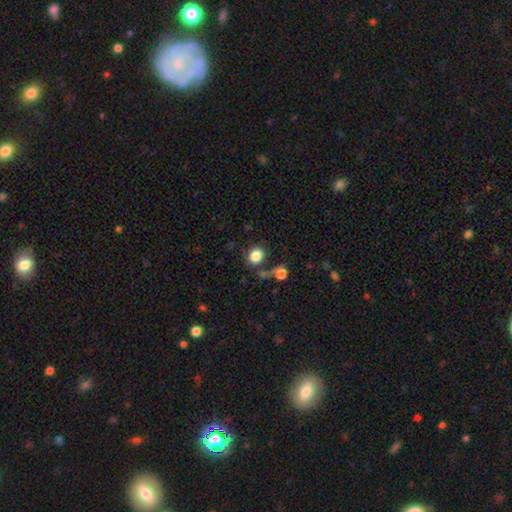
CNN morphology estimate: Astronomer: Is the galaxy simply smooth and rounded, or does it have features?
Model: smooth — 85%.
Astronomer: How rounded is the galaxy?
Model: round — 77%.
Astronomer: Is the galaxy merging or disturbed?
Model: none — 67%.